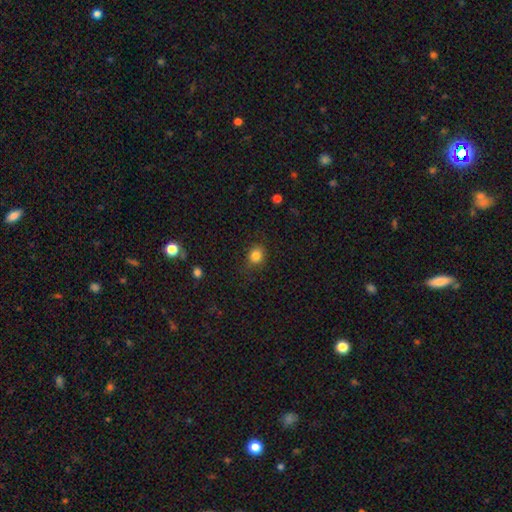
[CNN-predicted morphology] type=smooth (84%); roundness=round (69%); merging=none (81%).